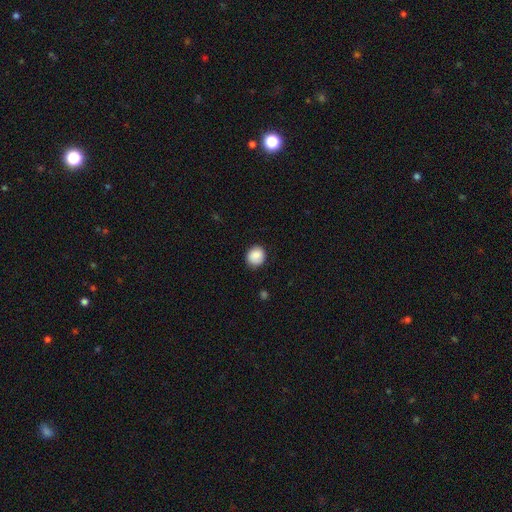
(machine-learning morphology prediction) A smooth galaxy with no disk features (88%) that is round (82%).

Vote fractions:
- Smooth or featured? smooth: 88% / star or artifact: 8% / featured or disk: 4%
- How rounded? round: 82% / in between: 17% / cigar-shaped: 1%
- Merging? none: 84% / minor disturbance: 12% / major disturbance: 3% / merger: 1%